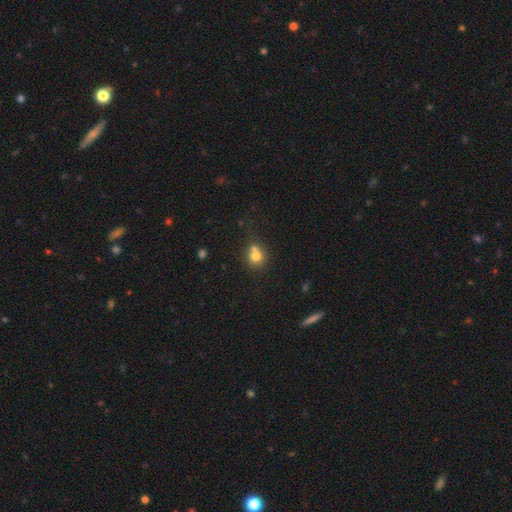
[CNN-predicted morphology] The model was most divided on "merging": none: 47%, merger: 41%, minor disturbance: 9%, major disturbance: 3%. More confident: how rounded — round (85%); smooth or featured — smooth (75%).